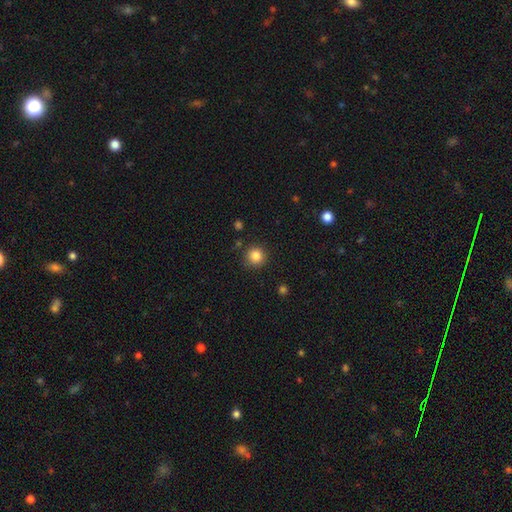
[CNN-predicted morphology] This is clearly a smooth galaxy (84%). How rounded: clearly round (94%). Merging: clearly none (88%).